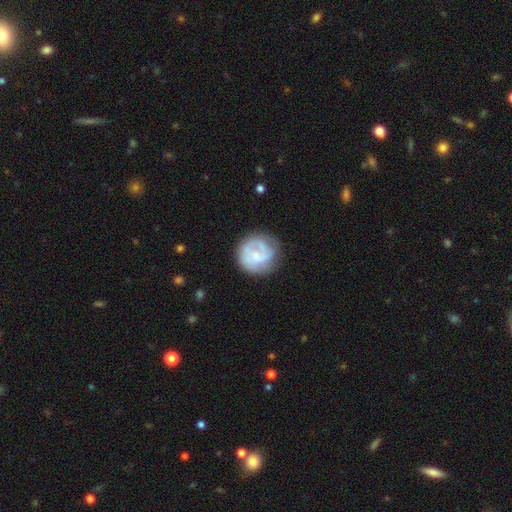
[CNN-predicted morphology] This appears to be a featured or disk galaxy (54%) with no bar (61%), spiral arms (67%) and a small central bulge (43%). Merging: none (64%).